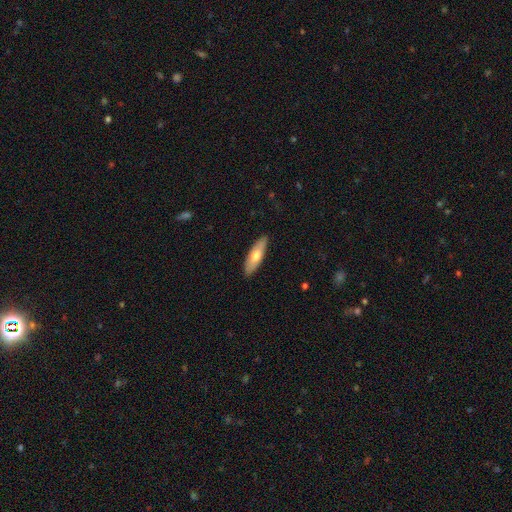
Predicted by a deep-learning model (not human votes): Overall: smooth (66%; featured or disk 29%). How rounded: in between (53%; cigar-shaped 45%). Merging: none (88%).